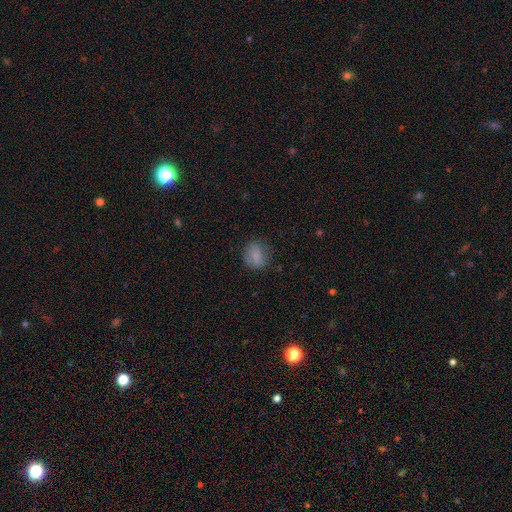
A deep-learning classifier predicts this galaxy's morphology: Q: Smooth or featured?
A: smooth (80%); runner-up: featured or disk (10%)
Q: How rounded?
A: round (59%); runner-up: in between (39%)
Q: Merging?
A: none (73%); runner-up: minor disturbance (19%)